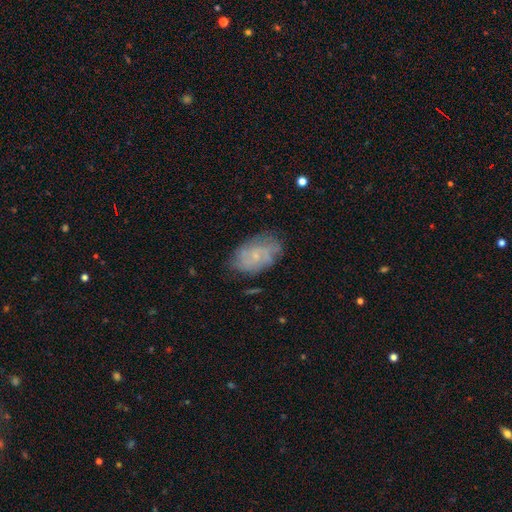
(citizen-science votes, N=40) smooth_or_featured: featured or disk (p=0.72) [alt: smooth p=0.15]
disk_edge_on: no (p=1.00)
bar: no (p=0.66) [alt: weak p=0.34]
has_spiral_arms: yes (p=0.90) [alt: no p=0.10]
spiral_winding: tight (p=0.42) [alt: medium p=0.38]
spiral_arm_count: can't tell (p=0.46) [alt: 2 p=0.27]
bulge_size: small (p=0.79) [alt: none p=0.17]
merging: none (p=0.63) [alt: minor disturbance p=0.26]